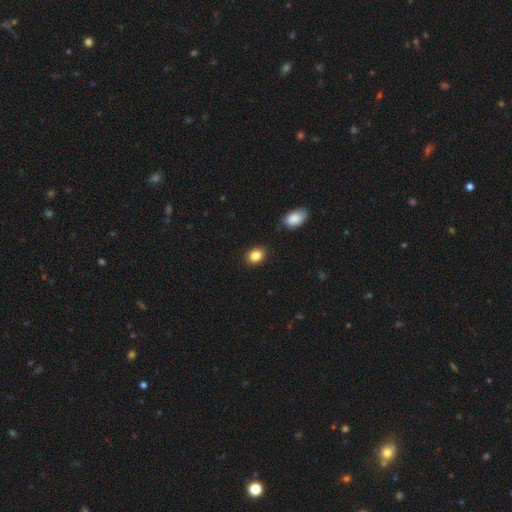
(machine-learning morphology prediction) The model was most divided on "how rounded": in between: 59%, round: 40%, cigar-shaped: 1%. More confident: merging — none (87%); smooth or featured — smooth (86%).